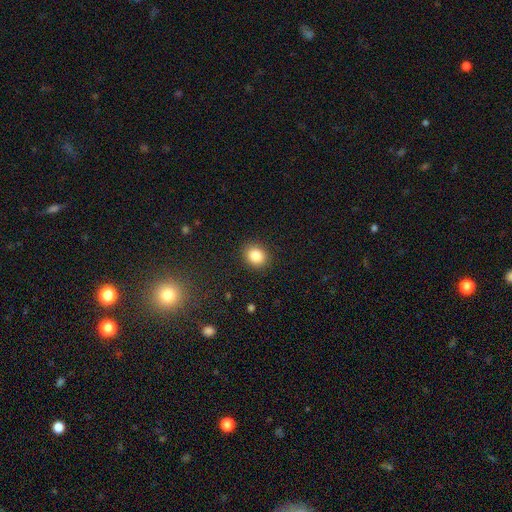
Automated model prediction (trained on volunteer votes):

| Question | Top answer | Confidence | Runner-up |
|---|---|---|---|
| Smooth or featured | smooth | 86% | star or artifact (9%) |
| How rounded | round | 61% | in between (38%) |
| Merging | none | 89% | minor disturbance (7%) |